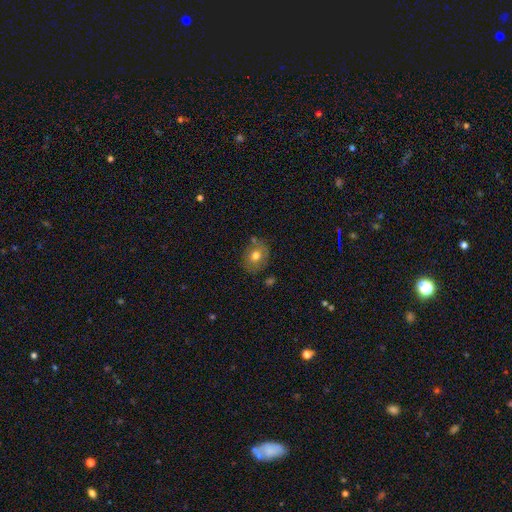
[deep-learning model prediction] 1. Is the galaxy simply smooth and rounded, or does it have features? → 70% smooth, 20% featured or disk, 10% star or artifact.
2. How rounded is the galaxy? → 57% round, 42% in between, 1% cigar-shaped.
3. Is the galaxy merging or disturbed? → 75% none, 15% minor disturbance, 6% merger, 4% major disturbance.